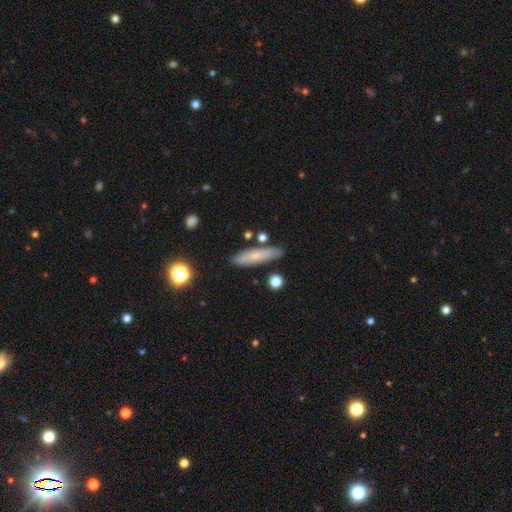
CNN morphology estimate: smooth_or_featured: smooth (p=0.71) [alt: featured or disk p=0.21]
how_rounded: cigar-shaped (p=0.77) [alt: in between p=0.21]
merging: none (p=0.84) [alt: minor disturbance p=0.11]